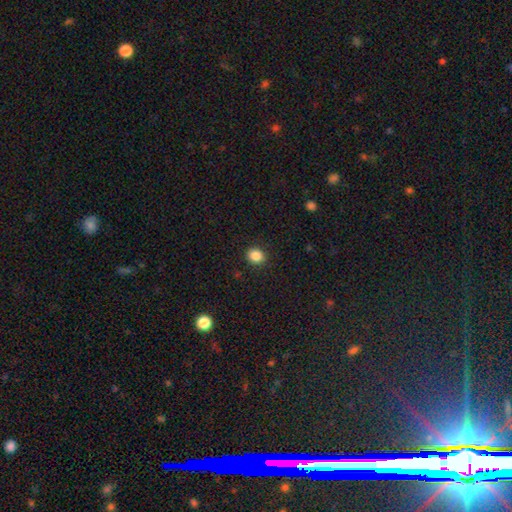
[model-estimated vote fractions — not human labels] This appears to be a smooth galaxy with no disk features (86%) that is round (71%). Merging: none (91%).